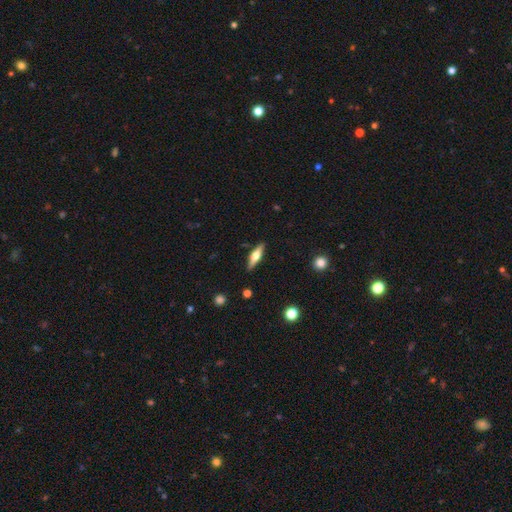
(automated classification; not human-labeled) This is possibly a featured or disk galaxy (56%). It is clearly viewed edge-on (95%). Edge-on bulge: clearly rounded (92%). Merging: clearly none (89%).